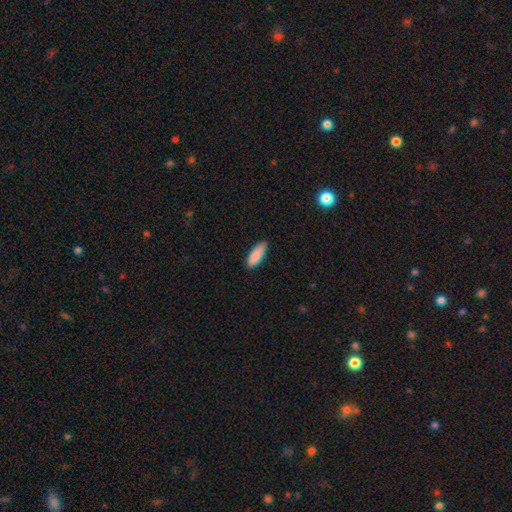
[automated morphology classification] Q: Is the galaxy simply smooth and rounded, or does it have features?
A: smooth — 89%.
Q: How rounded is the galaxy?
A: in between — 72%.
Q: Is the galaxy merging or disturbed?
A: none — 85%.